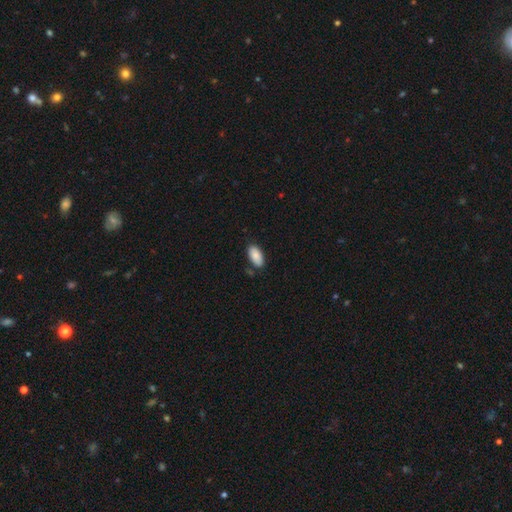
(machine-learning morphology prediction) Smooth or featured? Predicted: smooth (p=0.87). How rounded? Predicted: in between (p=0.94). Merging? Predicted: none (p=0.81).